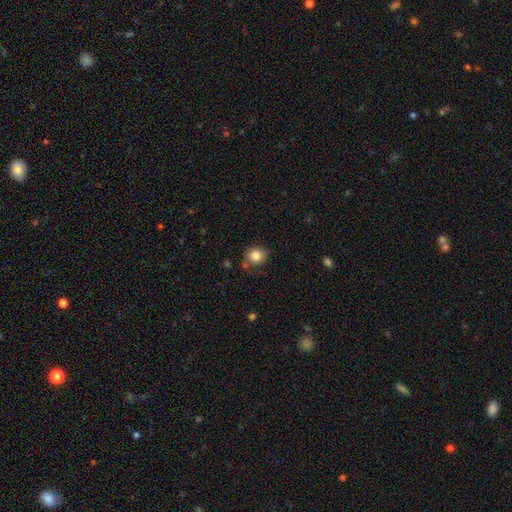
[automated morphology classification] This appears to be a smooth galaxy with no disk features (83%) that is round (83%). Merging: none (71%).